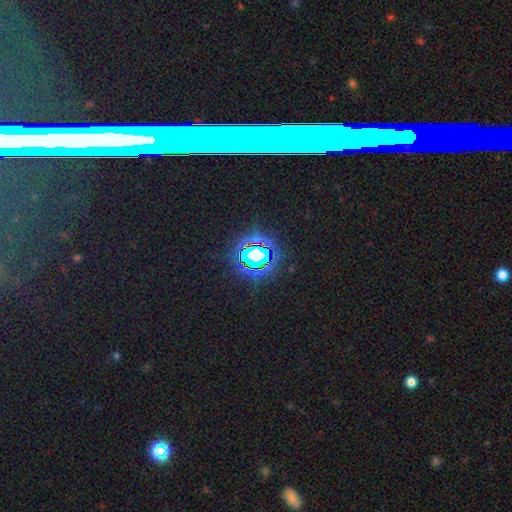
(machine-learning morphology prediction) Smooth or featured: star or artifact — 72% (smooth — 16%)